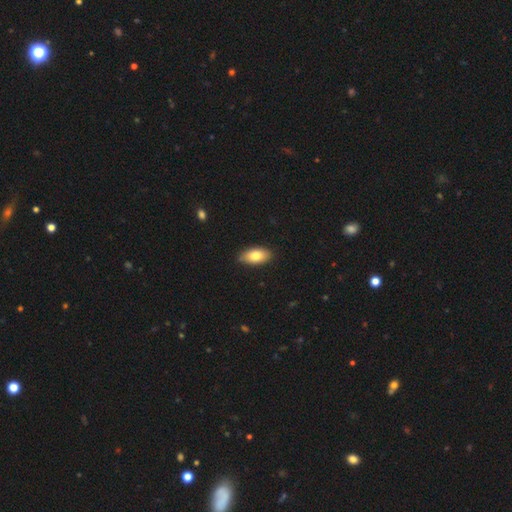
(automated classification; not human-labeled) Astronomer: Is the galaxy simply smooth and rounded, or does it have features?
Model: smooth — 79%.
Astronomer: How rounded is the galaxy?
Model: in between — 92%.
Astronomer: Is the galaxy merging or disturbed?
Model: none — 85%.